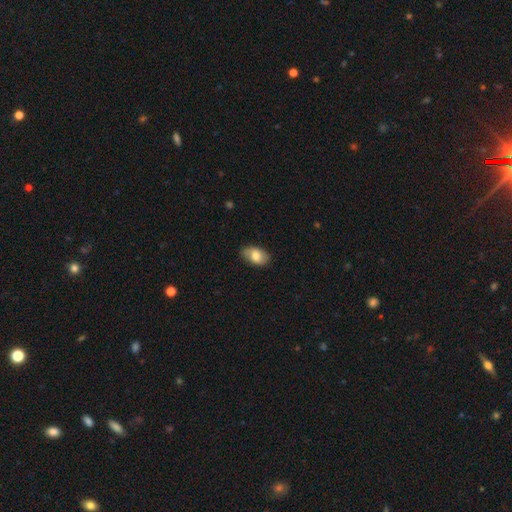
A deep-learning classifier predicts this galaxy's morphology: A smooth galaxy with no disk features (74%) that is in between round and cigar-shaped (90%).

Vote fractions:
- Smooth or featured? smooth: 74% / featured or disk: 19% / star or artifact: 7%
- How rounded? in between: 90% / round: 8% / cigar-shaped: 2%
- Merging? none: 79% / minor disturbance: 17% / major disturbance: 3% / merger: 1%